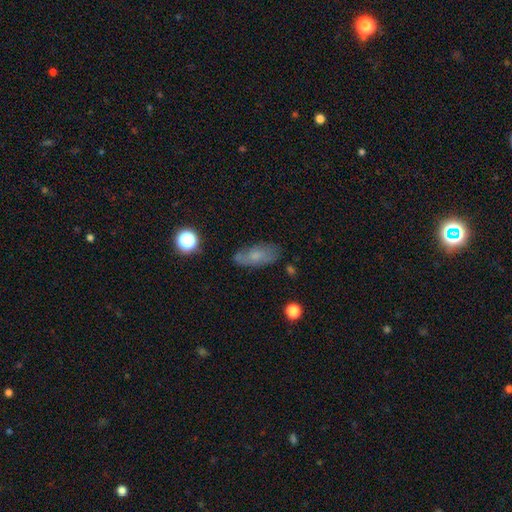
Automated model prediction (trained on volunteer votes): Smooth or featured? Predicted: smooth (p=0.59). How rounded? Predicted: in between (p=0.82). Merging? Predicted: none (p=0.66).